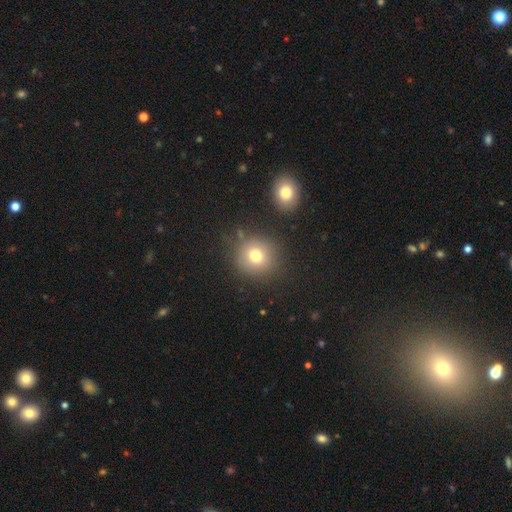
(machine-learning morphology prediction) smooth_or_featured: smooth (p=0.73) [alt: star or artifact p=0.15]
how_rounded: round (p=0.91) [alt: in between p=0.08]
merging: none (p=0.80) [alt: minor disturbance p=0.10]